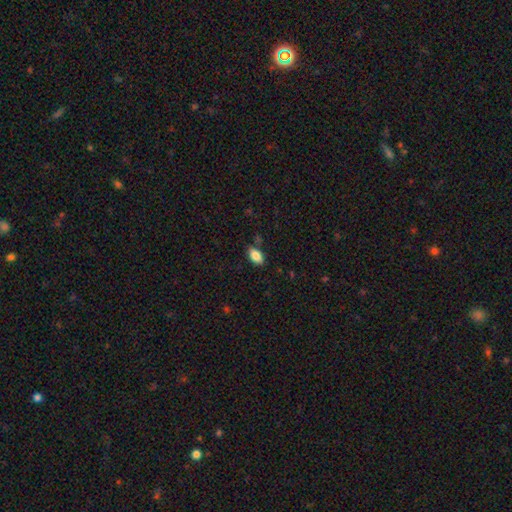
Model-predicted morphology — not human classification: A smooth galaxy with no disk features (85%) that is in between round and cigar-shaped (92%).

Vote fractions:
- Smooth or featured? smooth: 85% / star or artifact: 8% / featured or disk: 7%
- How rounded? in between: 92% / round: 5% / cigar-shaped: 3%
- Merging? none: 80% / minor disturbance: 13% / merger: 4% / major disturbance: 3%